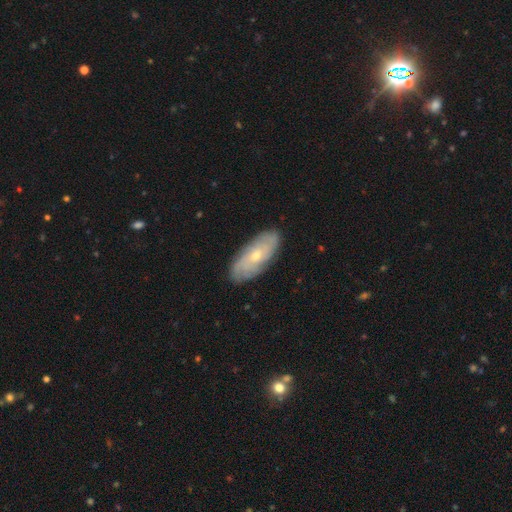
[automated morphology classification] This appears to be a featured or disk galaxy (66%) with no bar (76%), tight (65%) spiral arms (86%) and a small central bulge (57%). Merging: none (84%).